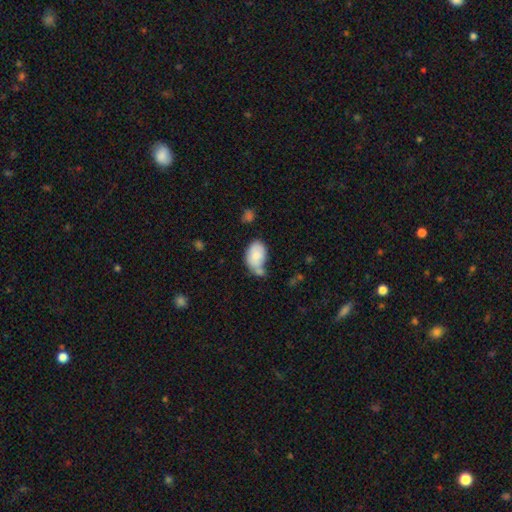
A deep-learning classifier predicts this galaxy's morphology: This is likely a smooth galaxy (76%). How rounded: clearly in between (85%). Merging: marginally none (38%).